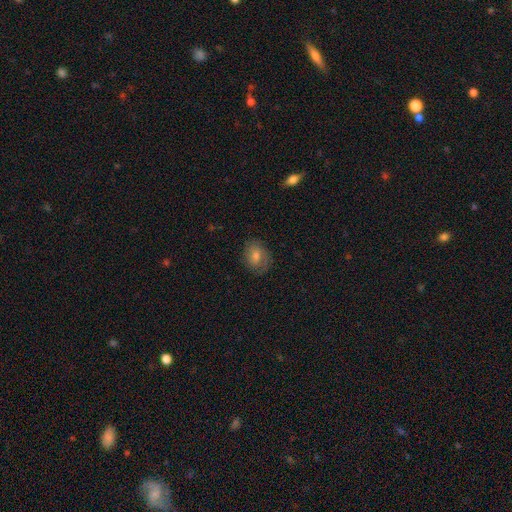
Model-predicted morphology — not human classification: Smooth or featured? smooth (49%)
Merging? none (76%)